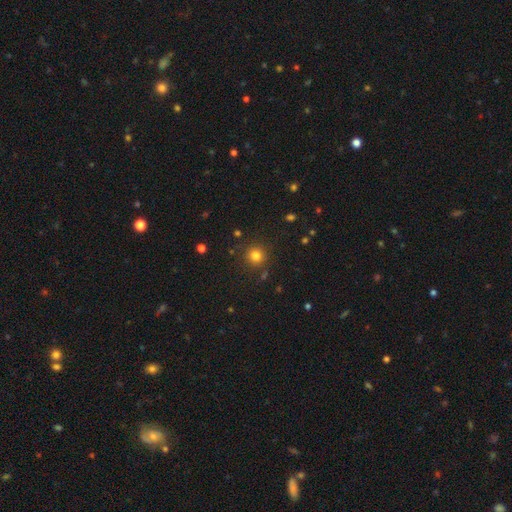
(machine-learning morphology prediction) Overall: smooth (79%). How rounded: round (94%). Merging: none (87%).